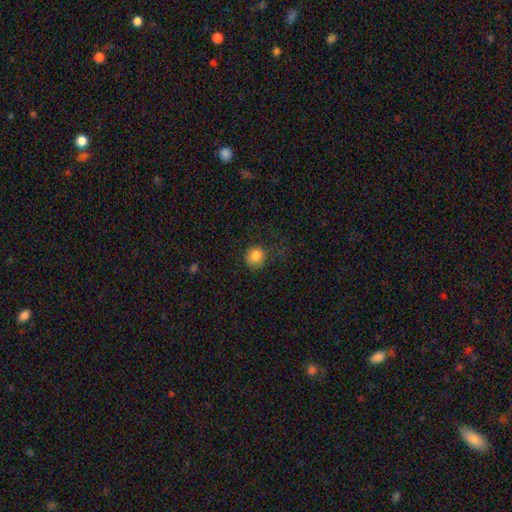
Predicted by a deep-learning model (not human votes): Smooth or featured: smooth — 84% (star or artifact — 11%)
How rounded: round — 87% (in between — 12%)
Merging: none — 68% (minor disturbance — 20%)